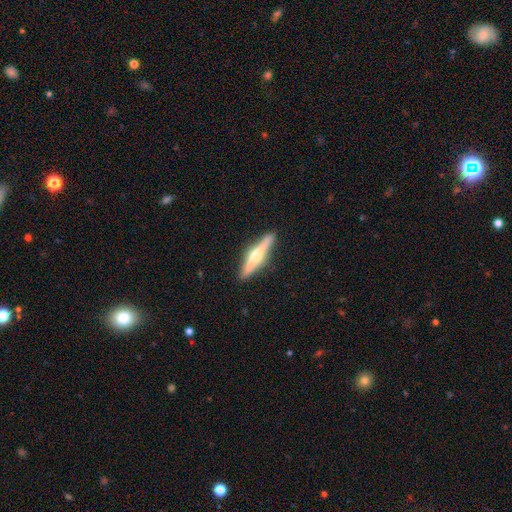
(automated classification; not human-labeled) This is possibly a featured or disk galaxy (60%). It is clearly viewed edge-on (95%). Edge-on bulge: clearly rounded (83%). Merging: clearly none (87%).